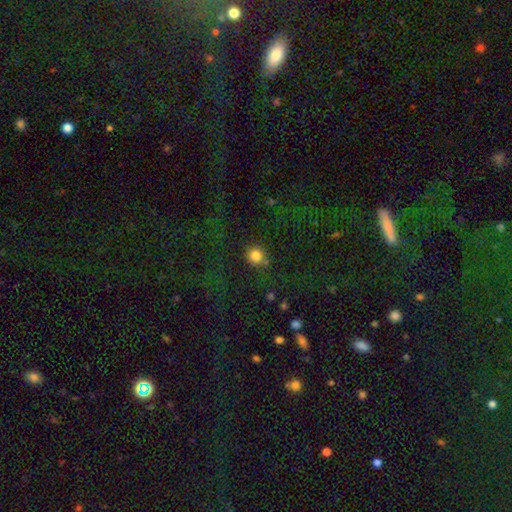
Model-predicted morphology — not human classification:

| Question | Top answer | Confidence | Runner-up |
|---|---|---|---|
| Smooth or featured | smooth | 82% | star or artifact (12%) |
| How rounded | round | 91% | in between (8%) |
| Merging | none | 77% | minor disturbance (13%) |